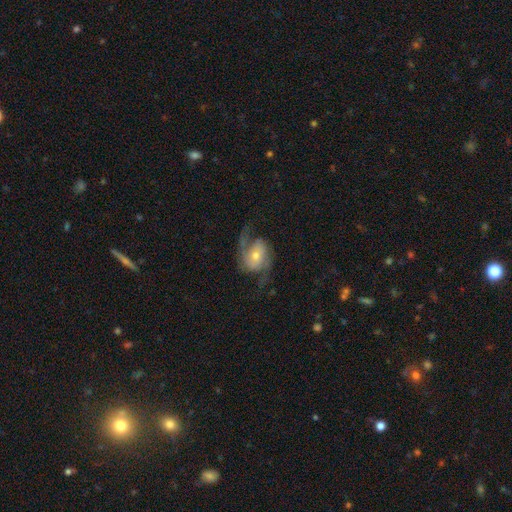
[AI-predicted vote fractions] featured or disk 80%, smooth 13%, star or artifact 7%. Down the decision tree: edge-on disk — no (97%); bar — no (62%); spiral arms — yes (94%); spiral arm count — 2 (87%); spiral winding — loose (48%); bulge size — small (49%); merging — none (62%).